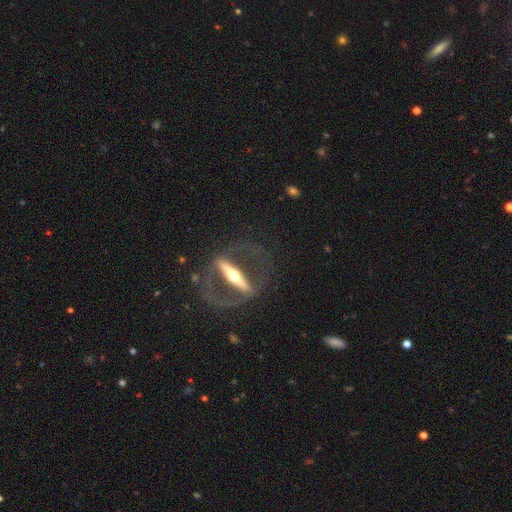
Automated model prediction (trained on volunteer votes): A featured or disk galaxy (83%) viewed edge-on (63%) with a rounded central bulge (85%). Merging: none (76%).